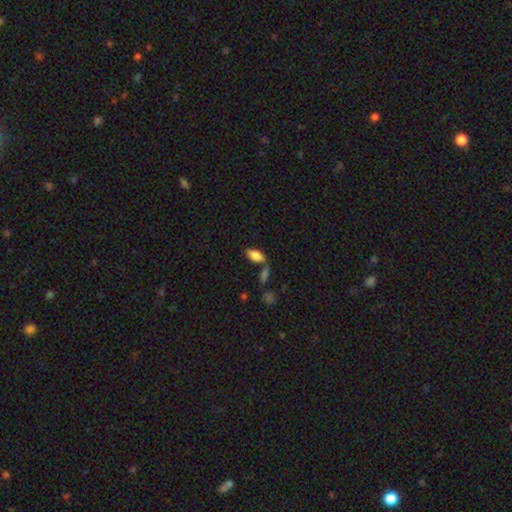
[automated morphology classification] A smooth galaxy with no disk features (79%) that is in between round and cigar-shaped (87%).

Vote fractions:
- Smooth or featured? smooth: 79% / featured or disk: 14% / star or artifact: 8%
- How rounded? in between: 87% / cigar-shaped: 11% / round: 3%
- Merging? none: 62% / merger: 17% / minor disturbance: 15% / major disturbance: 5%